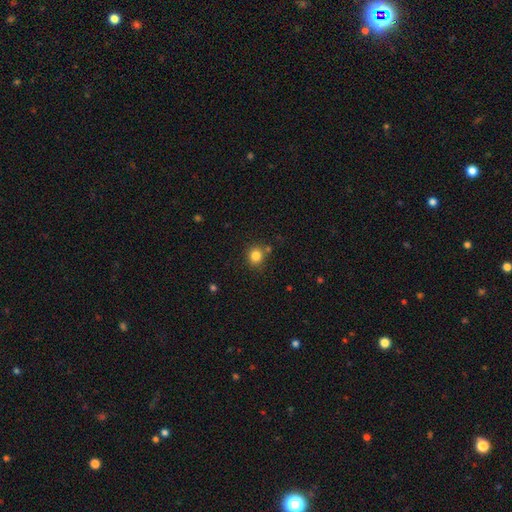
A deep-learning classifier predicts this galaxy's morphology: smooth-or-featured: smooth: 83% | star or artifact: 12% | featured or disk: 5%
  how-rounded: round: 83% | in between: 16% | cigar-shaped: 1%
  merging: none: 77% | minor disturbance: 10% | merger: 9% | major disturbance: 3%